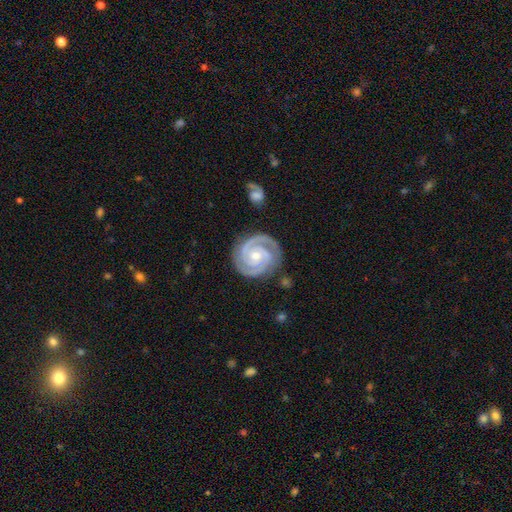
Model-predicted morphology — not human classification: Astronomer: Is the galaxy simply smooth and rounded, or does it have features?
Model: featured or disk — 92%.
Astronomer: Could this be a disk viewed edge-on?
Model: no — 98%.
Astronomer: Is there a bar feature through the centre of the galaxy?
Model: no — 61%.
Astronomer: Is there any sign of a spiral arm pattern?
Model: yes — 99%.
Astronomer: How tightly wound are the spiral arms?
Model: tight — 77%.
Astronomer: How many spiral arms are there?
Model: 2 — 69%.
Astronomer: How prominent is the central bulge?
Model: small — 51% (runner-up: moderate, 45%).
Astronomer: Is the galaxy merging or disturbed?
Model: none — 81%.